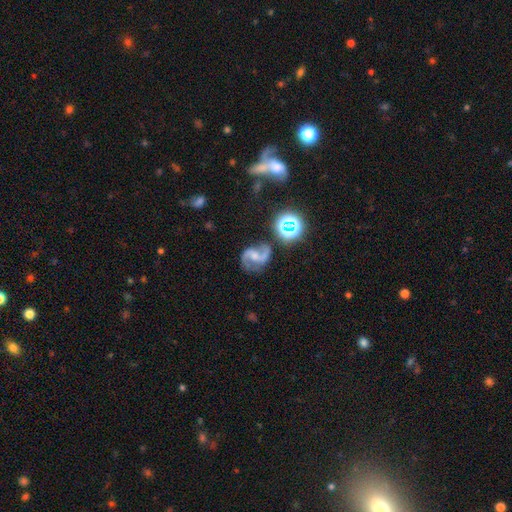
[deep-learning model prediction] Overall: featured or disk (83%). Edge-on disk: no (98%). Bar: weak (46%; no 34%). Spiral arms: yes (96%). Spiral arm count: 2 (91%). Spiral winding: loose (47%; medium 45%). Bulge size: small (39%; moderate 35%). Merging: none (68%).